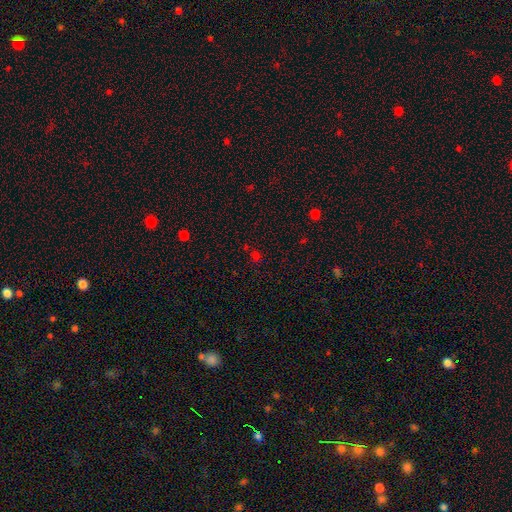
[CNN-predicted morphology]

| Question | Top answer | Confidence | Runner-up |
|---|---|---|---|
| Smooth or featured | smooth | 52% | star or artifact (41%) |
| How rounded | round | 75% | in between (23%) |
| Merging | none | 73% | minor disturbance (12%) |